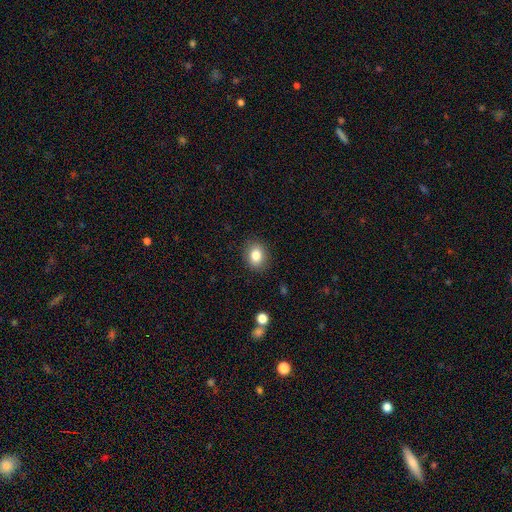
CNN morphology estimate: Overall: smooth (83%). How rounded: round (50%; in between 49%). Merging: none (88%).